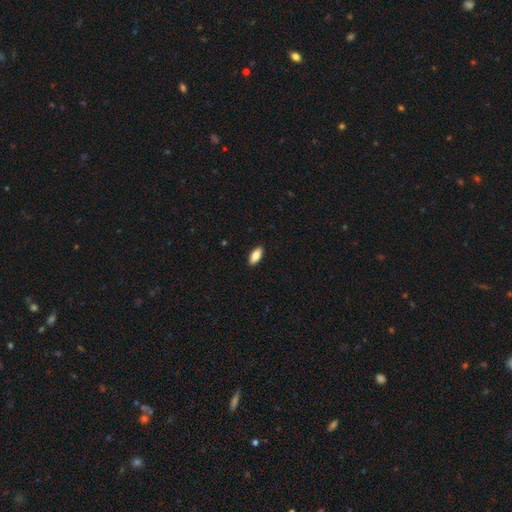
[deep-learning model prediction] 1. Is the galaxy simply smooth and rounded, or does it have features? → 85% smooth, 9% featured or disk, 6% star or artifact.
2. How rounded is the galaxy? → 85% in between, 13% cigar-shaped, 2% round.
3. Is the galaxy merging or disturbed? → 90% none, 7% minor disturbance, 2% major disturbance, 1% merger.